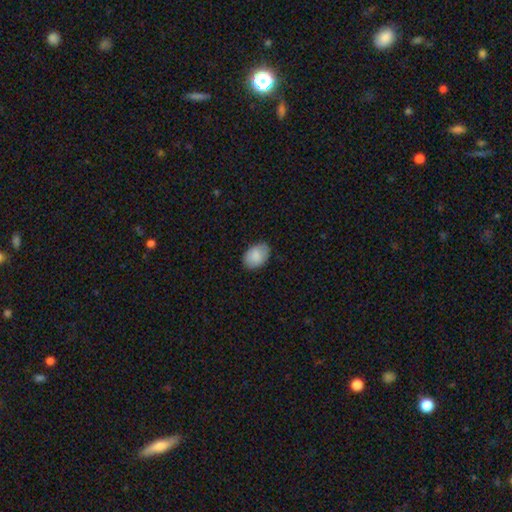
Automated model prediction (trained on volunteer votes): Q: Smooth or featured?
A: smooth (88%); runner-up: star or artifact (7%)
Q: How rounded?
A: in between (82%); runner-up: round (17%)
Q: Merging?
A: none (80%); runner-up: minor disturbance (17%)